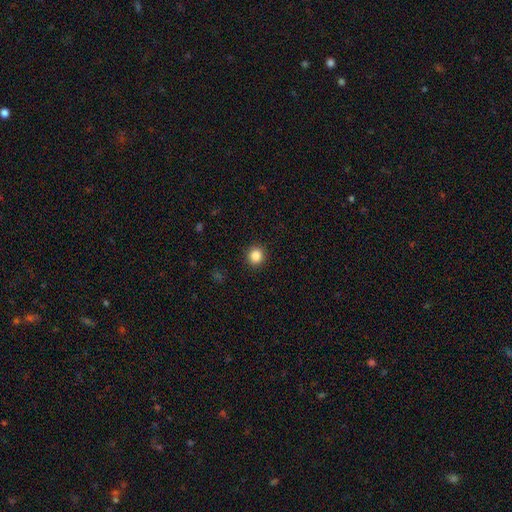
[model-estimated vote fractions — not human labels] Smooth or featured? smooth (86%)
How rounded? round (92%)
Merging? none (92%)